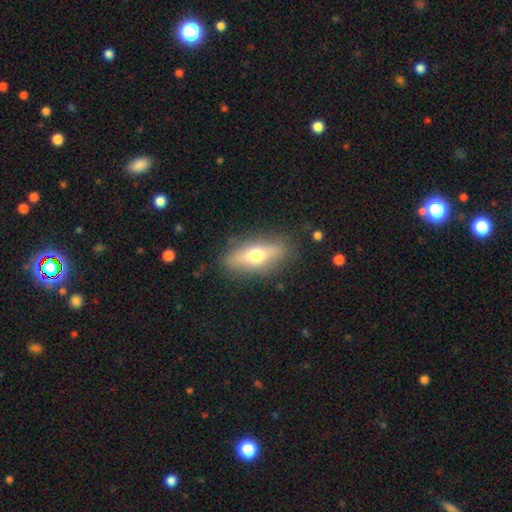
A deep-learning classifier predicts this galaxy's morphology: smooth_or_featured: smooth (p=0.52) [alt: featured or disk p=0.41]
how_rounded: in between (p=0.63) [alt: cigar-shaped p=0.31]
merging: none (p=0.84) [alt: minor disturbance p=0.11]